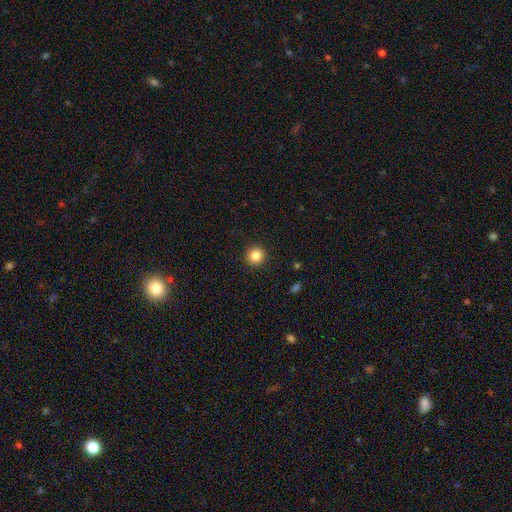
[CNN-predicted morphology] Smooth or featured: smooth — 85% (star or artifact — 11%)
How rounded: round — 94% (in between — 5%)
Merging: none — 92% (minor disturbance — 5%)